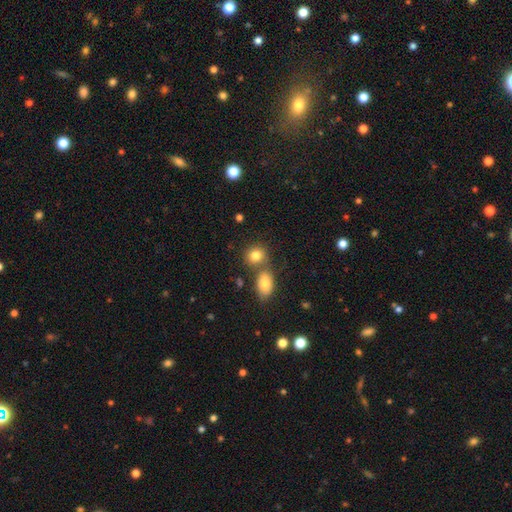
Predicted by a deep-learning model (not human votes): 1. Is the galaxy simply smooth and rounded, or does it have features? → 82% smooth, 9% star or artifact, 8% featured or disk.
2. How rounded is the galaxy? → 64% round, 35% in between, 1% cigar-shaped.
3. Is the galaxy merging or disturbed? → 54% none, 33% merger, 10% minor disturbance, 3% major disturbance.